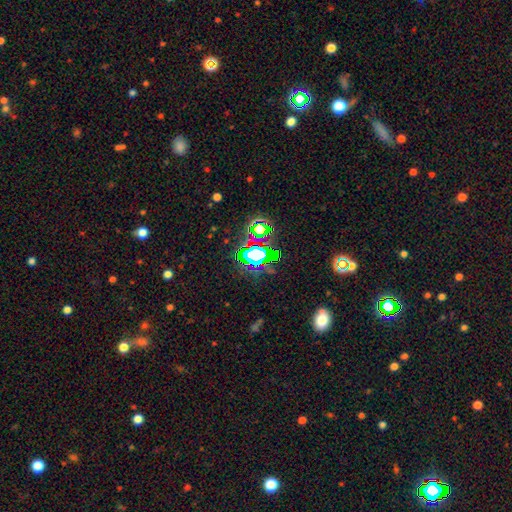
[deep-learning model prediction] Smooth or featured? Predicted: star or artifact (p=0.69).